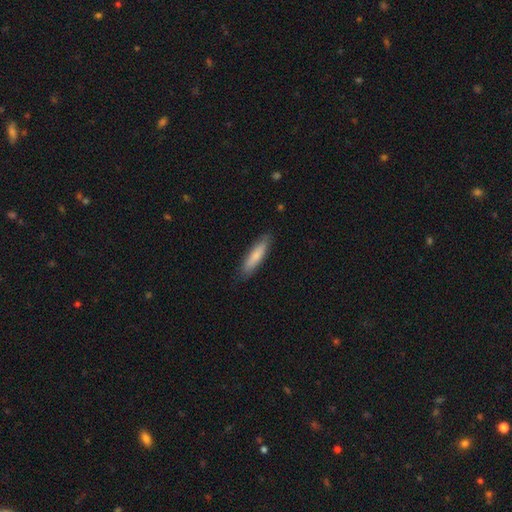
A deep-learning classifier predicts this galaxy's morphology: This is likely a smooth galaxy (78%). How rounded: likely cigar-shaped (77%). Merging: clearly none (86%).